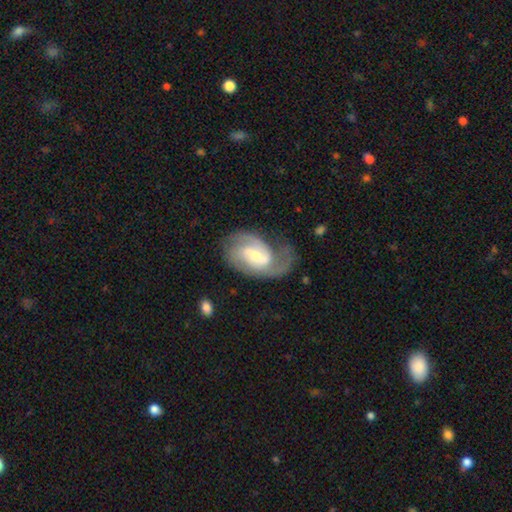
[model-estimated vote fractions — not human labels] featured or disk 85%, smooth 11%, star or artifact 5%. Down the decision tree: edge-on disk — no (97%); bar — weak (54%); spiral arms — yes (95%); spiral arm count — 2 (64%); spiral winding — medium (48%); bulge size — moderate (50%); merging — none (52%).